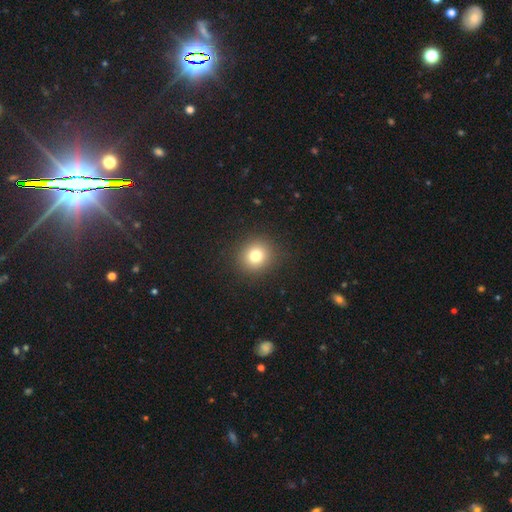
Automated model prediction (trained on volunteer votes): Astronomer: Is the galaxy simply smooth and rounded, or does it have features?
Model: smooth — 78%.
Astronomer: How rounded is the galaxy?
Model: round — 89%.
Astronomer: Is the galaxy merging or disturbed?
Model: none — 91%.